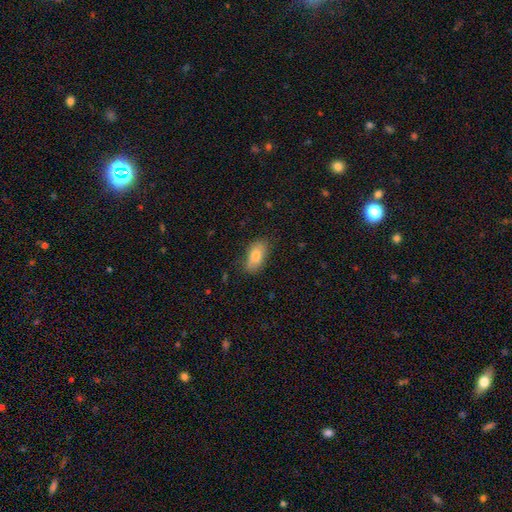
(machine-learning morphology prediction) This is likely a smooth galaxy (80%). How rounded: clearly in between (91%). Merging: likely none (78%).